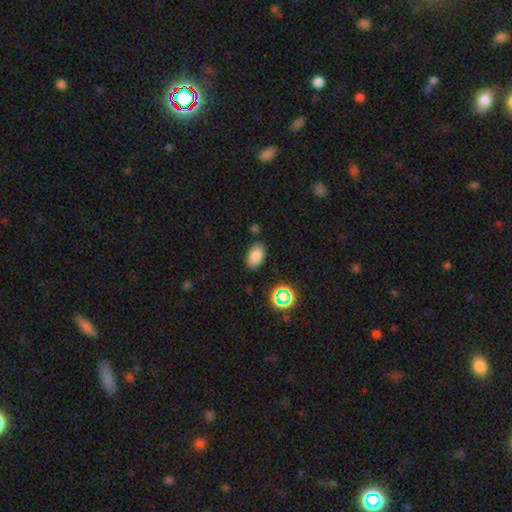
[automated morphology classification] Smooth or featured: smooth — 81% (star or artifact — 12%)
How rounded: in between — 91% (round — 7%)
Merging: none — 82% (minor disturbance — 12%)